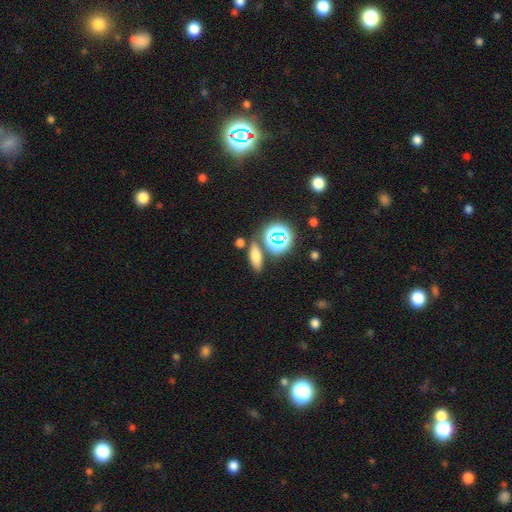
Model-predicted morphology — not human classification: A smooth galaxy with no disk features (64%) that is in between round and cigar-shaped (57%).

Vote fractions:
- Smooth or featured? smooth: 64% / star or artifact: 23% / featured or disk: 14%
- How rounded? in between: 57% / cigar-shaped: 31% / round: 13%
- Merging? none: 78% / minor disturbance: 10% / merger: 9% / major disturbance: 4%